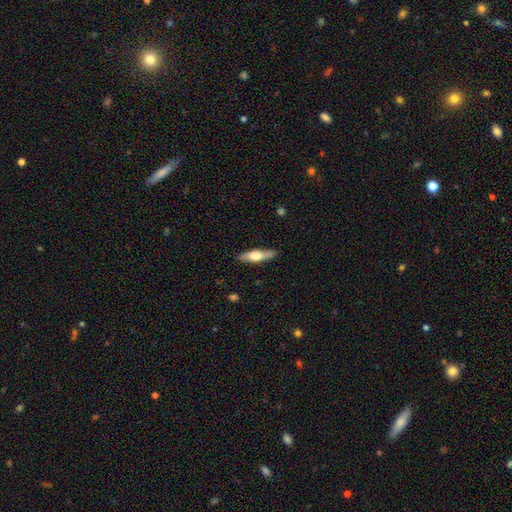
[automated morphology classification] type=smooth (51%); roundness=cigar-shaped (69%); merging=none (85%).